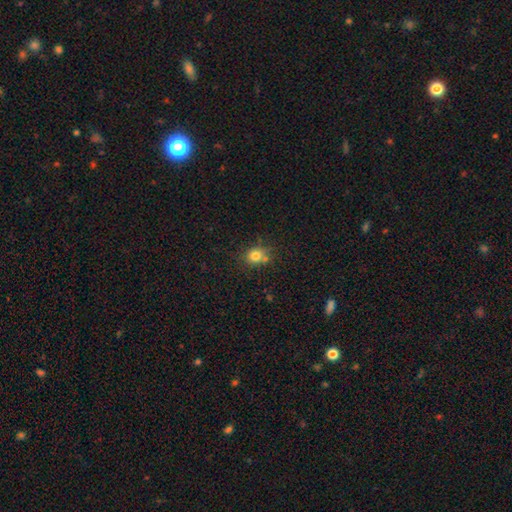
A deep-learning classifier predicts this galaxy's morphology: Smooth or featured: smooth — 79% (star or artifact — 13%)
How rounded: round — 74% (in between — 25%)
Merging: none — 67% (merger — 15%)